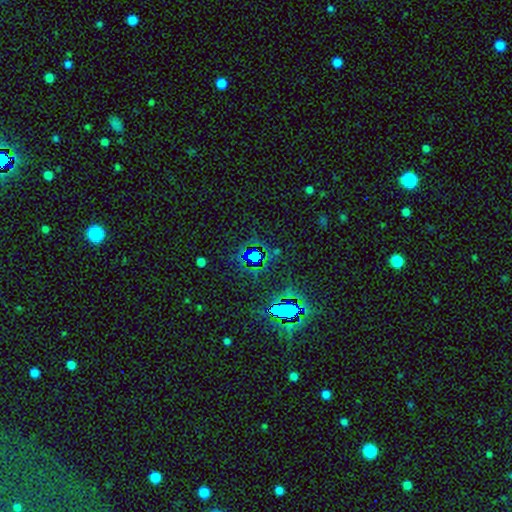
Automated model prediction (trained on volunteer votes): Smooth or featured? star or artifact (76%)